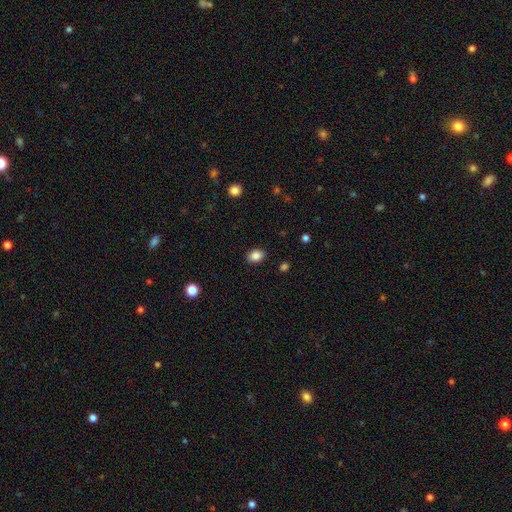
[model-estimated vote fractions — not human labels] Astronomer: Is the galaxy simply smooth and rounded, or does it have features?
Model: smooth — 86%.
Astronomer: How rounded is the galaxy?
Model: in between — 68%.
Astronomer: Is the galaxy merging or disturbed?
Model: none — 88%.